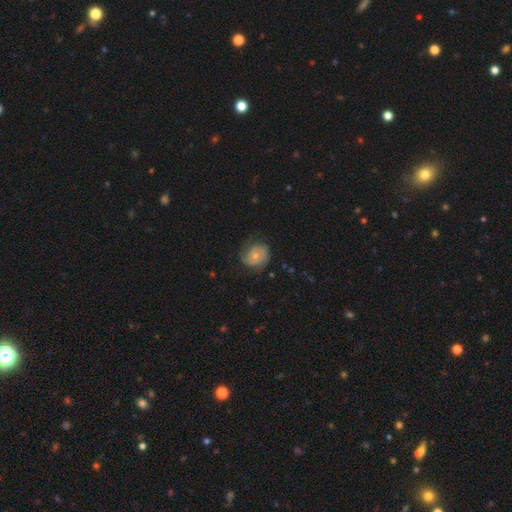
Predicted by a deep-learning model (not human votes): A featured or disk galaxy (53%) with no bar (79%), spiral arms (76%) and a moderate central bulge (48%). Merging: none (63%).